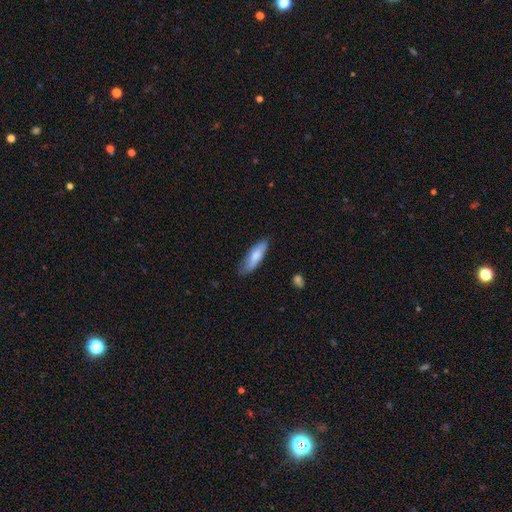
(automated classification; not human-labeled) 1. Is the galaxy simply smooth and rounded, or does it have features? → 78% smooth, 17% featured or disk, 6% star or artifact.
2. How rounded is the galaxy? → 52% in between, 46% cigar-shaped, 2% round.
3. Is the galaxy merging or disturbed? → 73% none, 22% minor disturbance, 4% major disturbance, 2% merger.